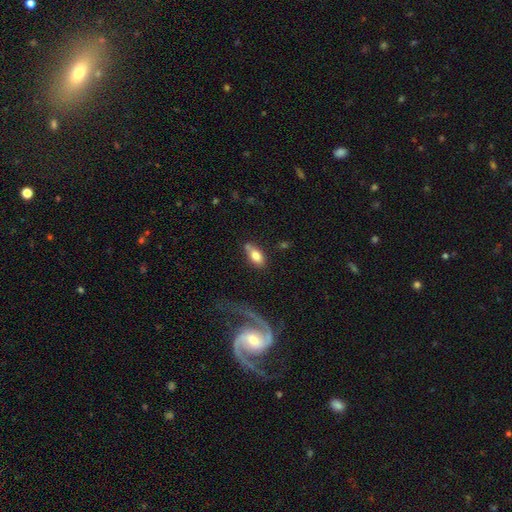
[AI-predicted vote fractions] A smooth galaxy with no disk features (76%) that is in between round and cigar-shaped (88%). Merging: none (62%).